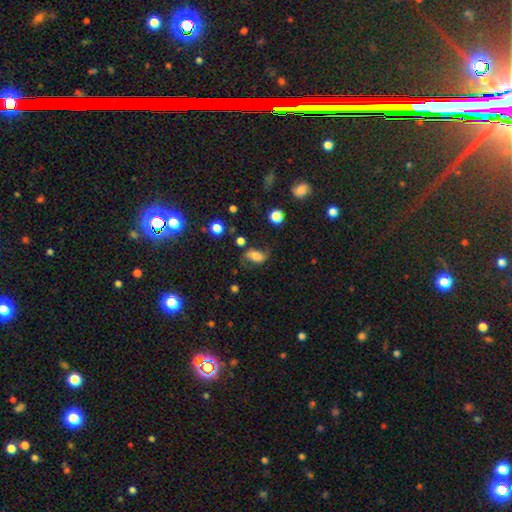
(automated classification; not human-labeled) A featured or disk galaxy (48%).

Vote fractions:
- Smooth or featured? featured or disk: 48% / smooth: 40% / star or artifact: 12%
- Merging? none: 60% / minor disturbance: 22% / major disturbance: 14% / merger: 3%